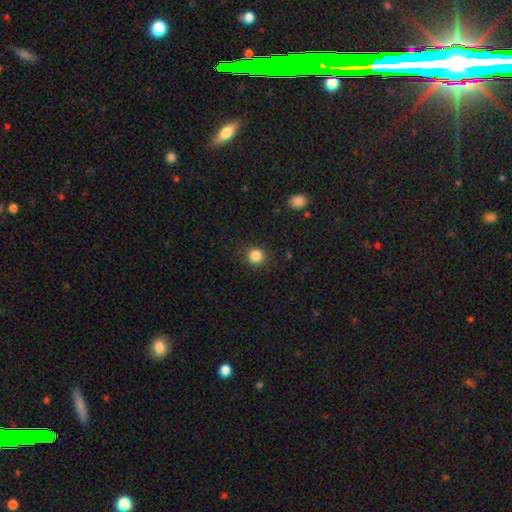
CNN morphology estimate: The model was most divided on "smooth or featured": smooth: 85%, star or artifact: 11%, featured or disk: 4%. More confident: how rounded — round (90%); merging — none (90%).